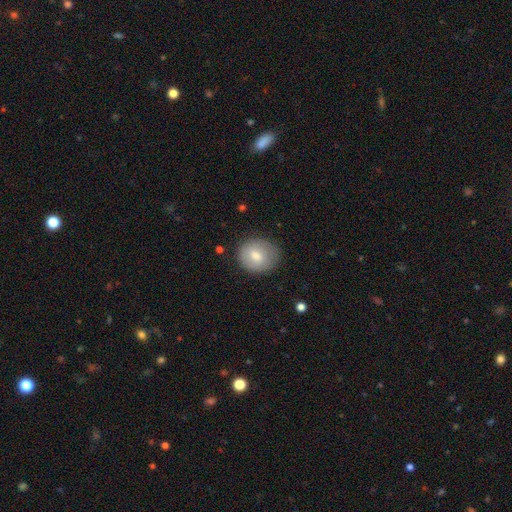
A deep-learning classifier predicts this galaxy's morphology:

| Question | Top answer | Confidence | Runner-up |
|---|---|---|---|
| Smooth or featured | smooth | 73% | featured or disk (19%) |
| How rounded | round | 68% | in between (31%) |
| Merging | none | 80% | minor disturbance (15%) |